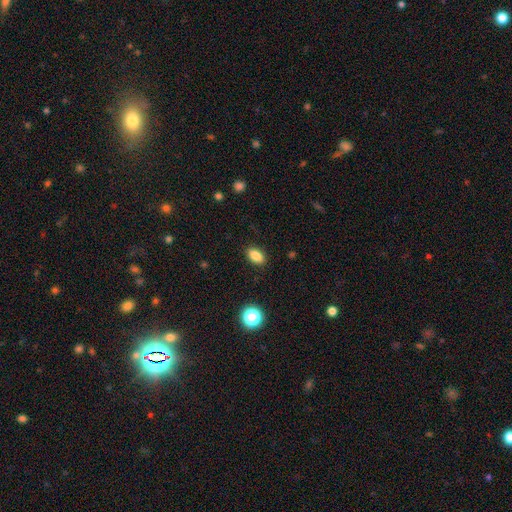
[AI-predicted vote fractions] The model was most divided on "smooth or featured": smooth: 85%, star or artifact: 10%, featured or disk: 5%. More confident: merging — none (89%); how rounded — in between (87%).